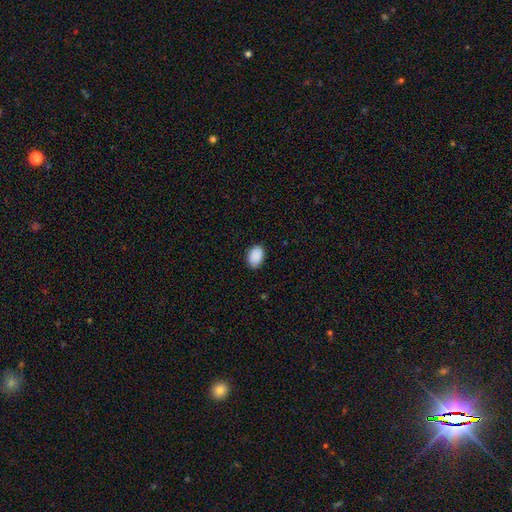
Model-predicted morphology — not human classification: smooth 91%, star or artifact 6%, featured or disk 3%. Down the decision tree: how rounded — in between (87%); merging — none (87%).